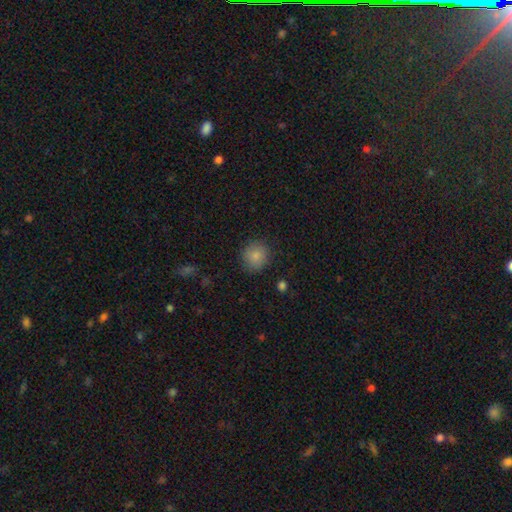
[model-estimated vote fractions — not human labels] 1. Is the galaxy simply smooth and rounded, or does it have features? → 85% smooth, 9% star or artifact, 6% featured or disk.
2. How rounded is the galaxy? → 86% round, 13% in between, 1% cigar-shaped.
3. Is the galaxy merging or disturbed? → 85% none, 10% minor disturbance, 3% major disturbance, 1% merger.